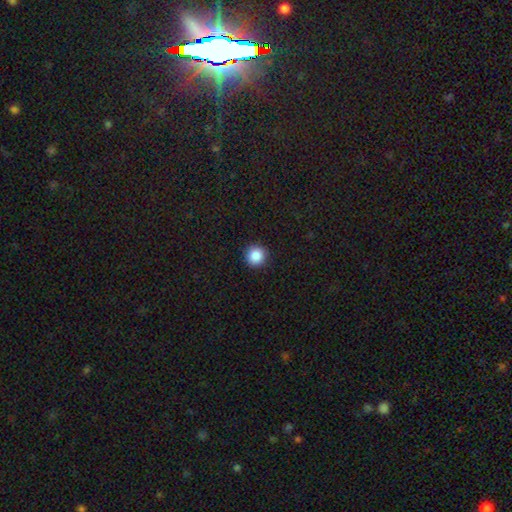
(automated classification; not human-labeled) Smooth or featured? Predicted: smooth (p=0.87). How rounded? Predicted: round (p=0.95). Merging? Predicted: none (p=0.93).